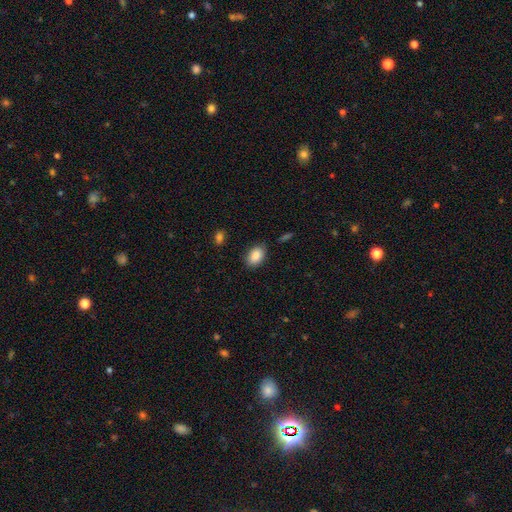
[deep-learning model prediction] Q: Smooth or featured?
A: smooth (88%); runner-up: star or artifact (7%)
Q: How rounded?
A: in between (88%); runner-up: round (11%)
Q: Merging?
A: none (83%); runner-up: minor disturbance (12%)